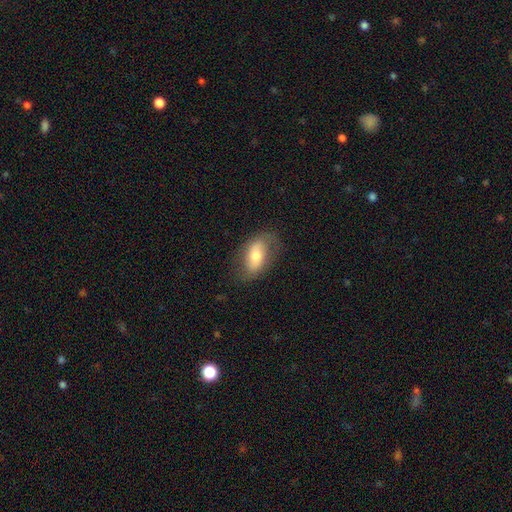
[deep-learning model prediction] smooth-or-featured: smooth: 54% | featured or disk: 39% | star or artifact: 7%
  how-rounded: in between: 89% | round: 7% | cigar-shaped: 4%
  merging: none: 72% | minor disturbance: 19% | major disturbance: 8% | merger: 1%